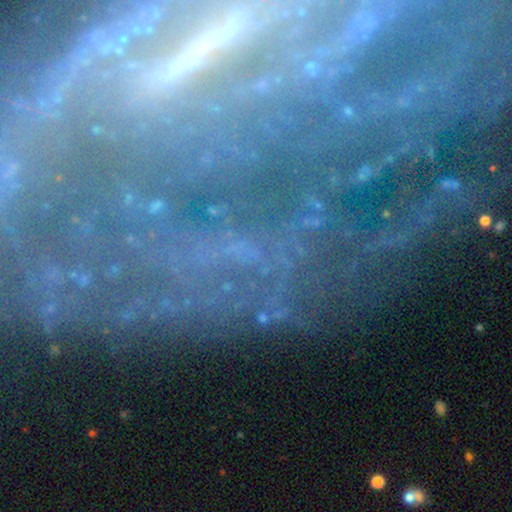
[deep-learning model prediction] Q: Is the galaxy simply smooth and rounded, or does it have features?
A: star or artifact — 44%, tied with featured or disk.